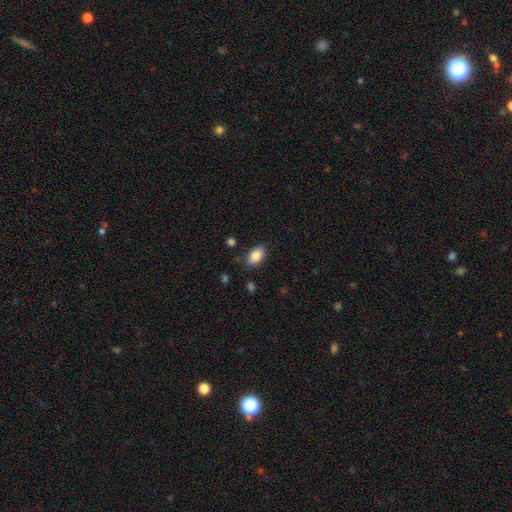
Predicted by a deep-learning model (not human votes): Smooth or featured? smooth (85%)
How rounded? in between (90%)
Merging? none (83%)